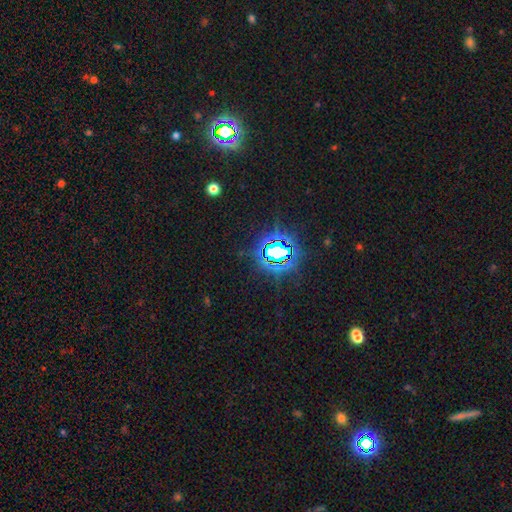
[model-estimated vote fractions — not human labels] Smooth or featured? Predicted: star or artifact (p=0.82).